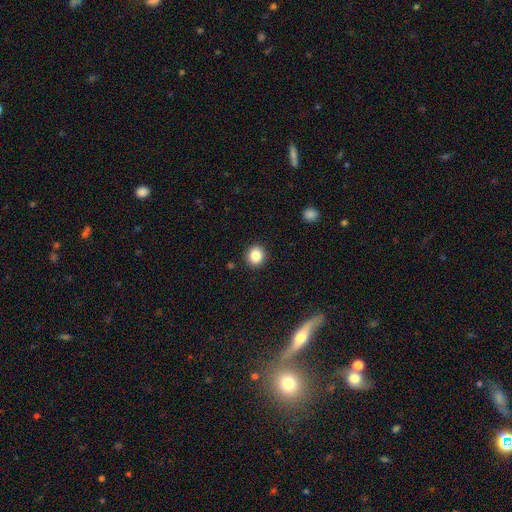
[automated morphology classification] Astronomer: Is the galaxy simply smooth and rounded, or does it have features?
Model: smooth — 85%.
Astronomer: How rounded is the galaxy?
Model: round — 87%.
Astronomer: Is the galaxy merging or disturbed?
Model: none — 92%.